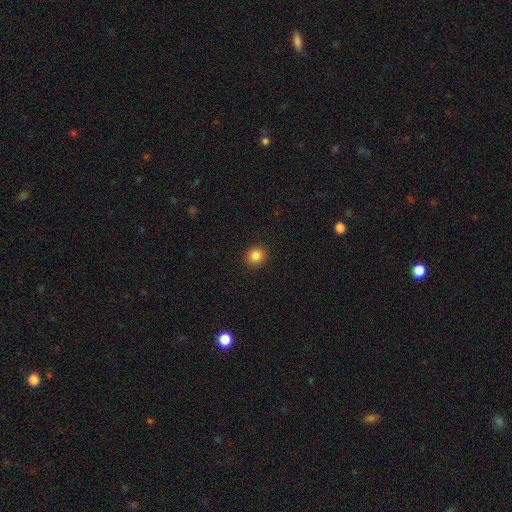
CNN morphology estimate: Q: Smooth or featured?
A: smooth (84%); runner-up: star or artifact (11%)
Q: How rounded?
A: round (86%); runner-up: in between (13%)
Q: Merging?
A: none (92%); runner-up: minor disturbance (5%)